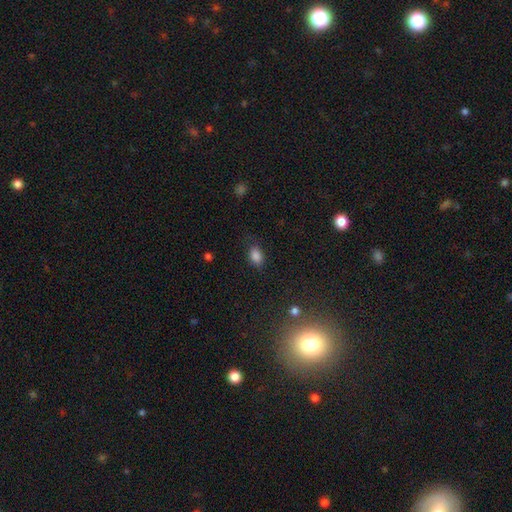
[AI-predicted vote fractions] The model was most divided on "merging": none: 75%, minor disturbance: 18%, major disturbance: 5%, merger: 1%. More confident: smooth or featured — smooth (85%); how rounded — in between (83%).